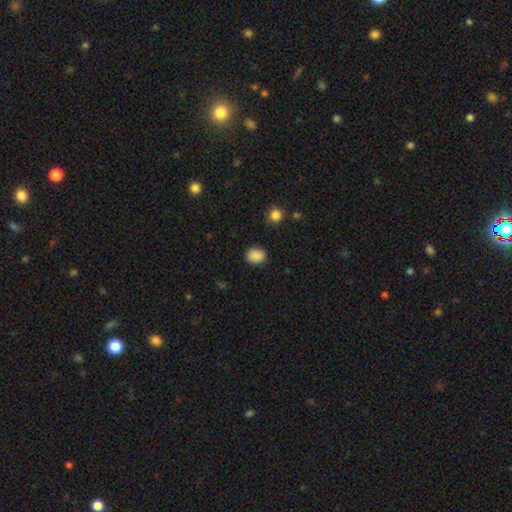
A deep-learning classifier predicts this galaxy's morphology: This appears to be a smooth galaxy with no disk features (88%) that is in between round and cigar-shaped (57%). Merging: none (86%).